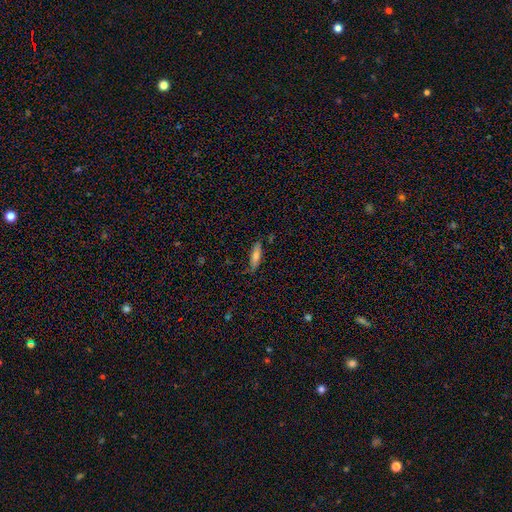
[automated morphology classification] smooth_or_featured: smooth (p=0.71) [alt: featured or disk p=0.22]
how_rounded: cigar-shaped (p=0.54) [alt: in between p=0.44]
merging: none (p=0.71) [alt: minor disturbance p=0.22]